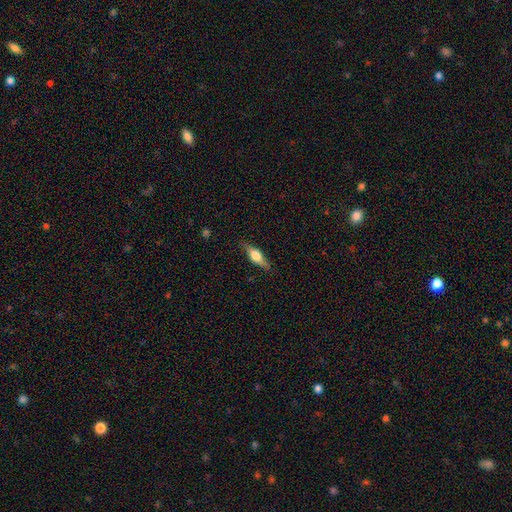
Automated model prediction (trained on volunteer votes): A featured or disk galaxy (49%). Merging: none (83%).